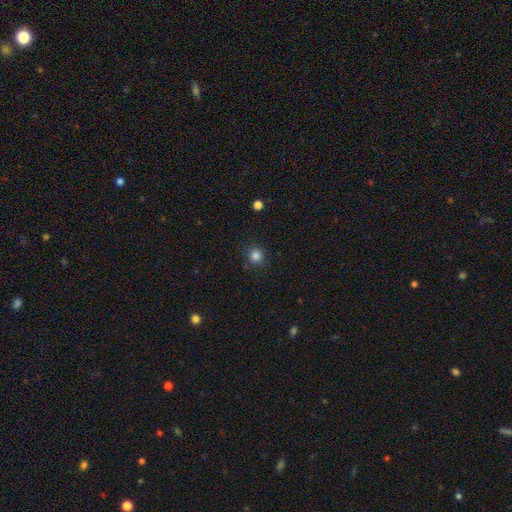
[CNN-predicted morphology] A smooth galaxy with no disk features (83%) that is round (91%). Merging: none (87%).